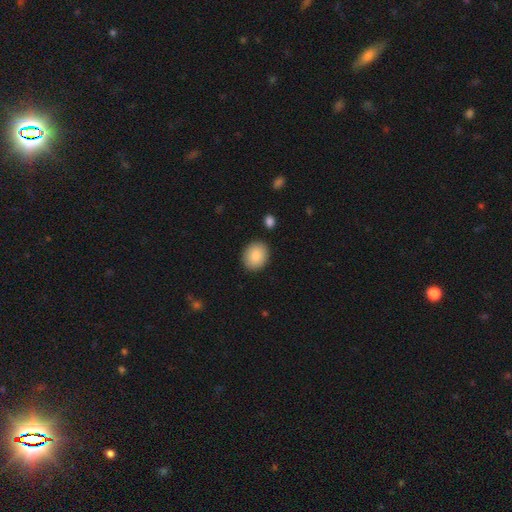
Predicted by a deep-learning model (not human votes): smooth 85%, featured or disk 8%, star or artifact 7%. Down the decision tree: how rounded — round (51%); merging — none (88%).